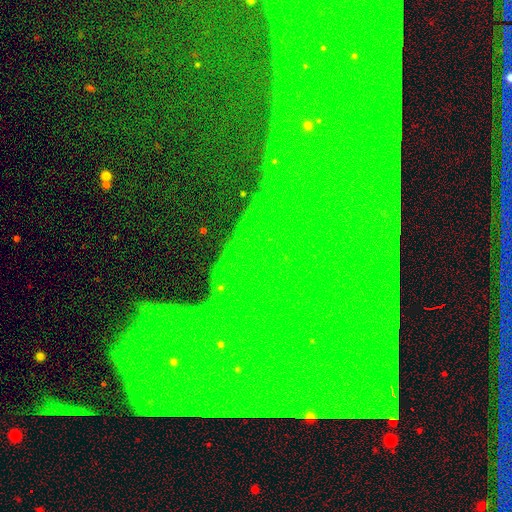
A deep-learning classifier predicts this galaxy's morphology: The model was most divided on "smooth or featured": star or artifact: 85%, featured or disk: 8%, smooth: 7%.